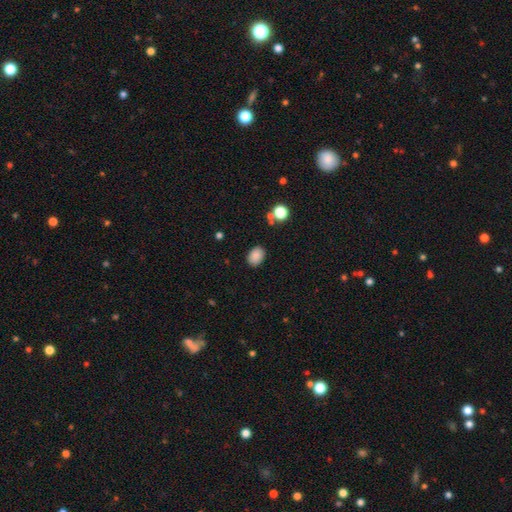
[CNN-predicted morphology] Smooth or featured: smooth — 87% (star or artifact — 10%)
How rounded: in between — 75% (round — 24%)
Merging: none — 85% (minor disturbance — 10%)